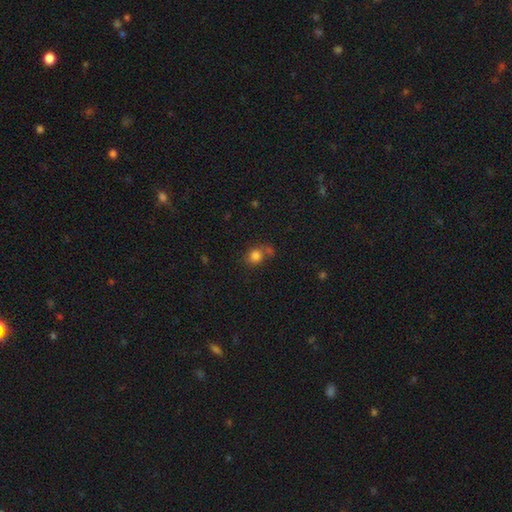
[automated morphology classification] Overall: smooth (80%). How rounded: round (70%). Merging: none (54%; merger 22%).